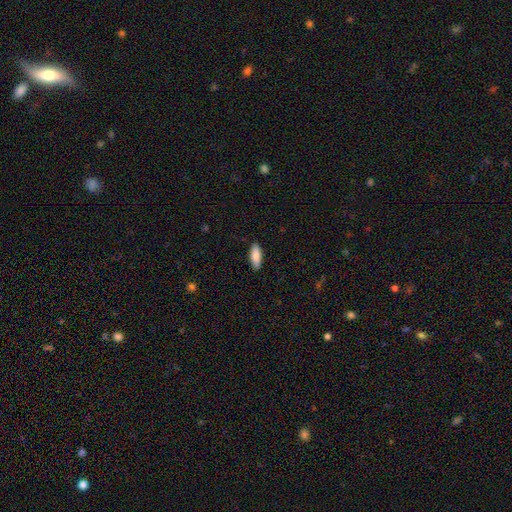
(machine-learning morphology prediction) Q: Smooth or featured?
A: smooth (87%); runner-up: featured or disk (8%)
Q: How rounded?
A: in between (66%); runner-up: cigar-shaped (32%)
Q: Merging?
A: none (88%); runner-up: minor disturbance (9%)